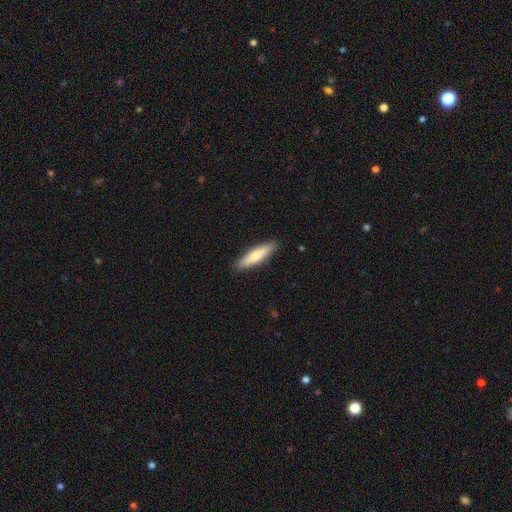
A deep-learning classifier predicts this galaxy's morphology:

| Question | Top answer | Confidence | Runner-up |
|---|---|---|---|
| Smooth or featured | smooth | 66% | featured or disk (29%) |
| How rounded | cigar-shaped | 77% | in between (22%) |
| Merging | none | 89% | minor disturbance (8%) |